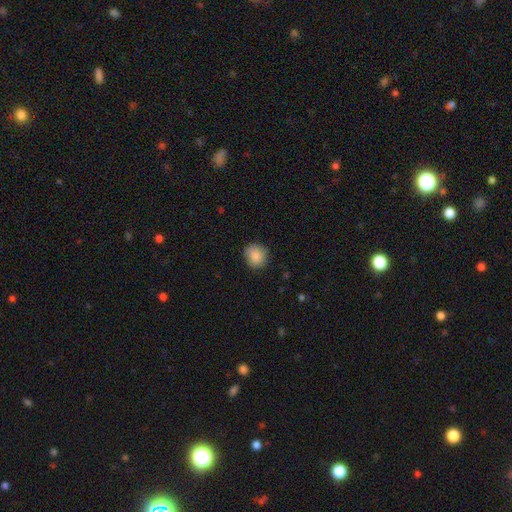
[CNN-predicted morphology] This appears to be a smooth galaxy with no disk features (87%) that is round (87%). Merging: none (84%).